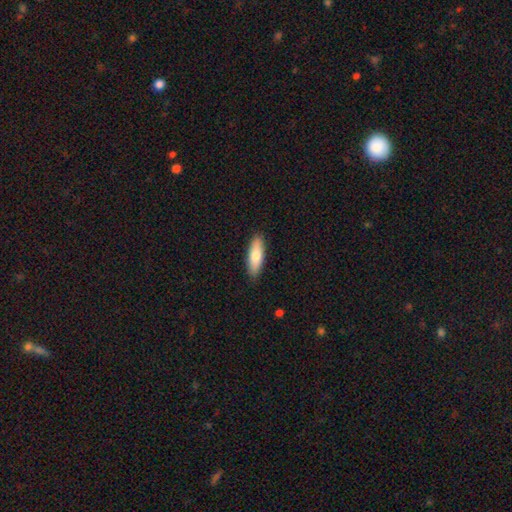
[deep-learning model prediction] Smooth or featured: smooth — 79% (featured or disk — 16%)
How rounded: in between — 54% (cigar-shaped — 44%)
Merging: none — 88% (minor disturbance — 9%)